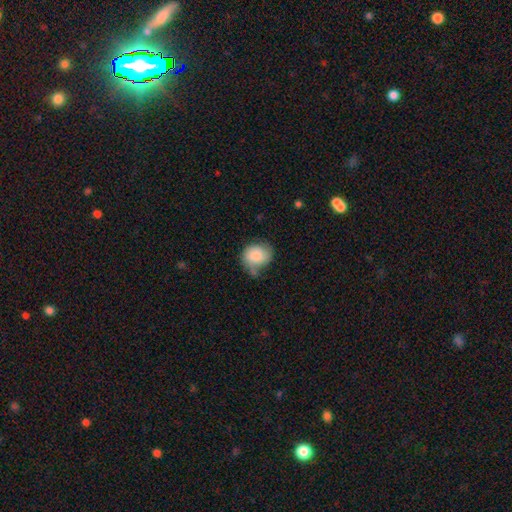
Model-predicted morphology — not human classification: A smooth galaxy with no disk features (80%) that is round (64%).

Vote fractions:
- Smooth or featured? smooth: 80% / featured or disk: 13% / star or artifact: 7%
- How rounded? round: 64% / in between: 35% / cigar-shaped: 1%
- Merging? none: 46% / minor disturbance: 35% / major disturbance: 12% / merger: 7%